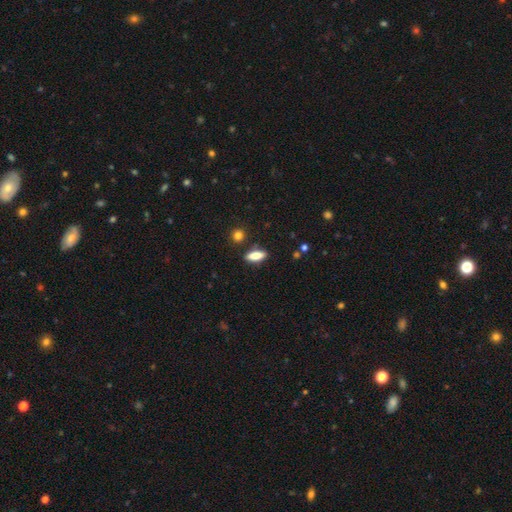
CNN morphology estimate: The model was most divided on "how rounded": in between: 66%, cigar-shaped: 31%, round: 3%. More confident: merging — none (83%); smooth or featured — smooth (80%).